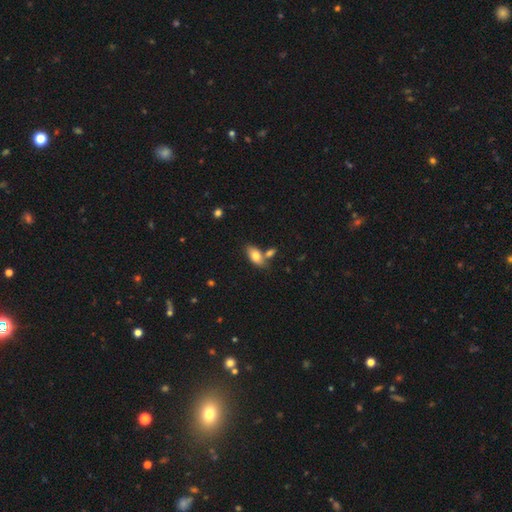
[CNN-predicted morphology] A smooth galaxy with no disk features (78%) that is in between round and cigar-shaped (90%). Merging: none (60%).